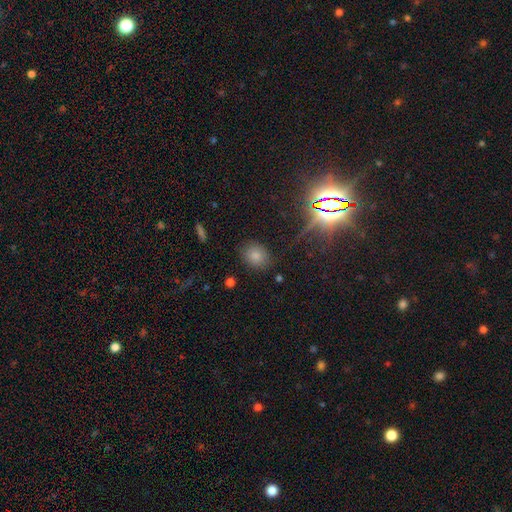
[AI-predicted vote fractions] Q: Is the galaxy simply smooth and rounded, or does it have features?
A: smooth — 78%.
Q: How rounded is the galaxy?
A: round — 52%.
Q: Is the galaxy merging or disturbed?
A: none — 84%.